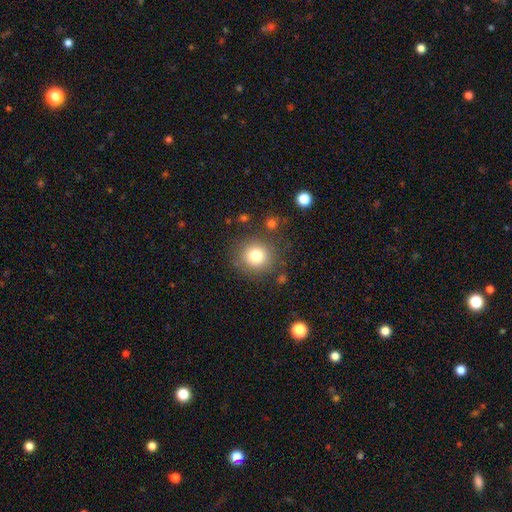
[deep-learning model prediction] Smooth or featured? Predicted: smooth (p=0.79). How rounded? Predicted: round (p=0.89). Merging? Predicted: none (p=0.83).